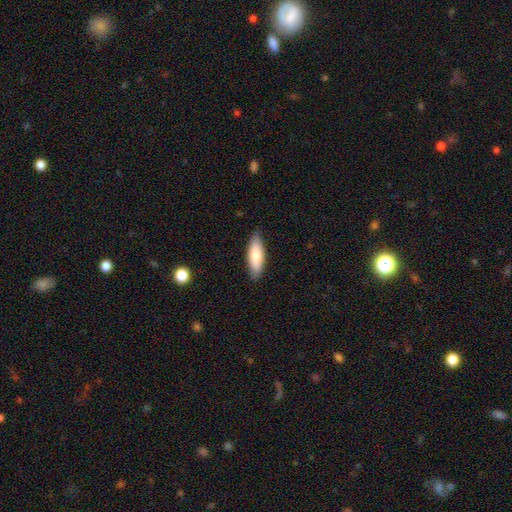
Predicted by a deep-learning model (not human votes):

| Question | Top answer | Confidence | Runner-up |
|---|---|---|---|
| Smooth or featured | smooth | 78% | featured or disk (16%) |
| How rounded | in between | 56% | cigar-shaped (42%) |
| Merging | none | 87% | minor disturbance (10%) |